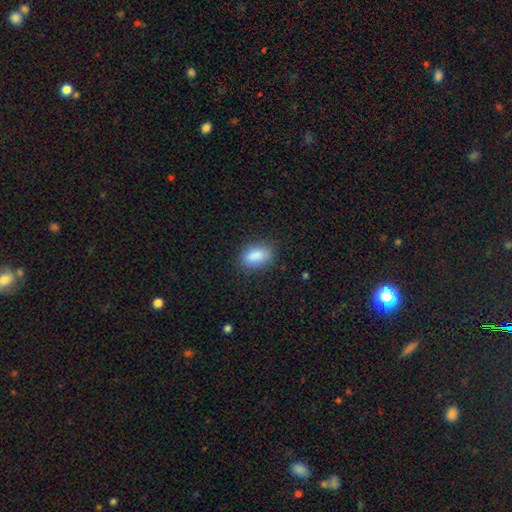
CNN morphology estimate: This appears to be a smooth galaxy with no disk features (88%) that is in between round and cigar-shaped (89%). Merging: none (82%).